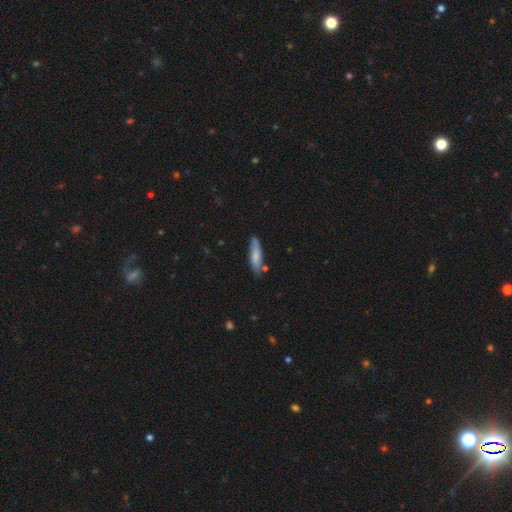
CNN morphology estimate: The model was most divided on "how rounded": cigar-shaped: 71%, in between: 28%, round: 2%. More confident: merging — none (71%); smooth or featured — smooth (69%).